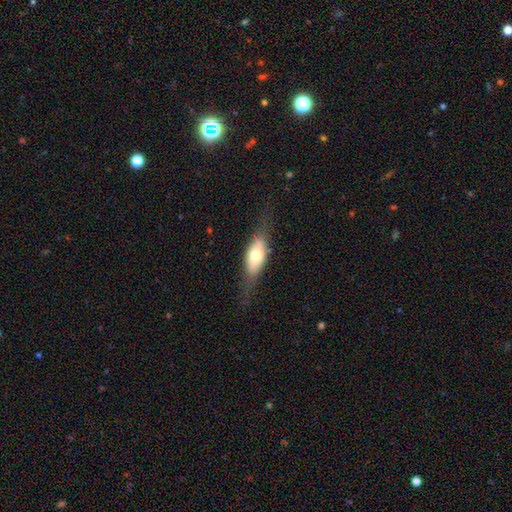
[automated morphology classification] This appears to be a smooth galaxy with no disk features (54%) that is in between round and cigar-shaped (71%). Merging: none (68%).